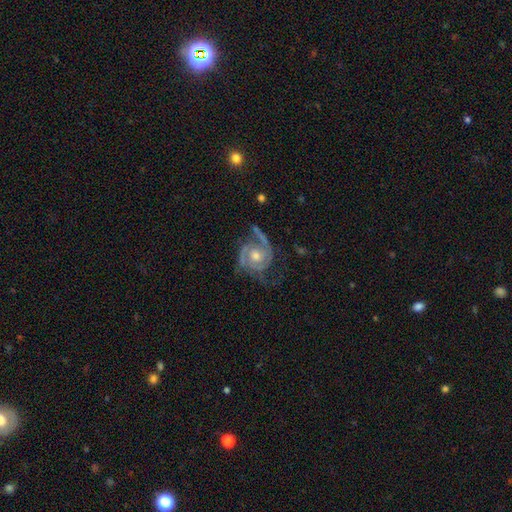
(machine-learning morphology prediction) smooth_or_featured: featured or disk (p=0.90) [alt: smooth p=0.05]
disk_edge_on: no (p=0.98) [alt: yes p=0.02]
bar: no (p=0.70) [alt: weak p=0.24]
has_spiral_arms: yes (p=0.98) [alt: no p=0.02]
spiral_winding: tight (p=0.50) [alt: medium p=0.41]
spiral_arm_count: 2 (p=0.73) [alt: 3 p=0.13]
bulge_size: moderate (p=0.70) [alt: small p=0.21]
merging: none (p=0.63) [alt: minor disturbance p=0.21]